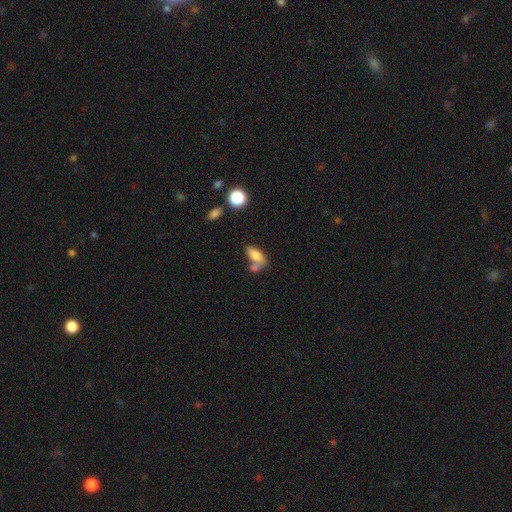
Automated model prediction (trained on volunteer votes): A smooth galaxy with no disk features (76%) that is in between round and cigar-shaped (85%).

Vote fractions:
- Smooth or featured? smooth: 76% / featured or disk: 16% / star or artifact: 9%
- How rounded? in between: 85% / cigar-shaped: 10% / round: 5%
- Merging? merger: 43% / none: 36% / minor disturbance: 14% / major disturbance: 7%